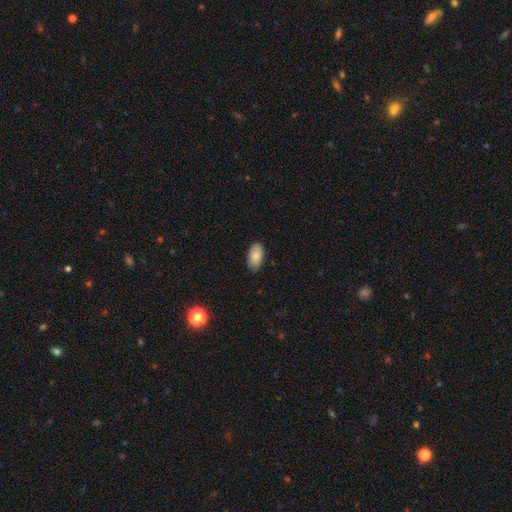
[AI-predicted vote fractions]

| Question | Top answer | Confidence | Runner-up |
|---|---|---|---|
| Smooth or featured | smooth | 82% | featured or disk (11%) |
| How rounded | in between | 95% | round (3%) |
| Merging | none | 83% | minor disturbance (14%) |